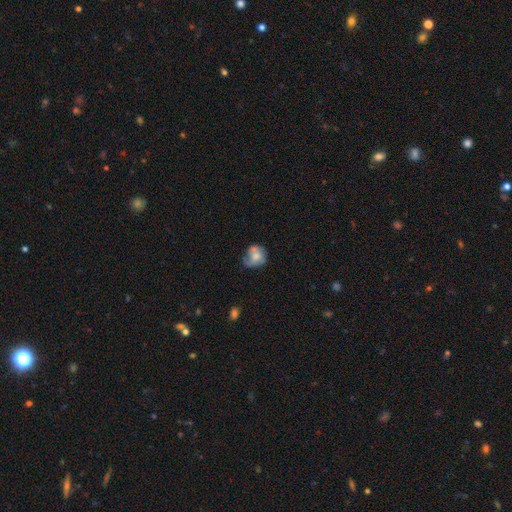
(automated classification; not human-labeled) Smooth or featured? smooth (59%)
How rounded? round (63%)
Merging? none (38%)